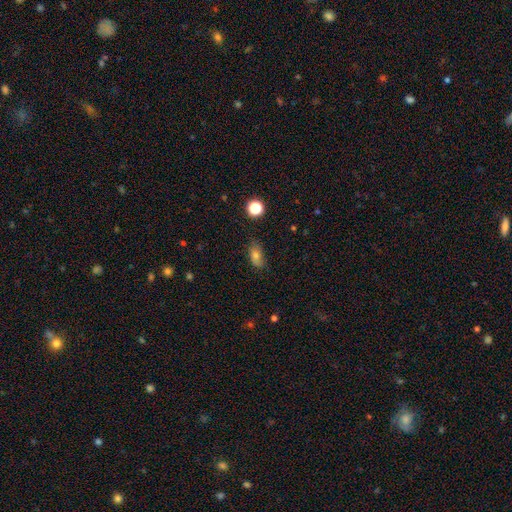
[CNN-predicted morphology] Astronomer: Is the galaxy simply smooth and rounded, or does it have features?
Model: smooth — 72%.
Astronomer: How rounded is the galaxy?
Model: in between — 83%.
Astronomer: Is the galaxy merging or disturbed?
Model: none — 70%.